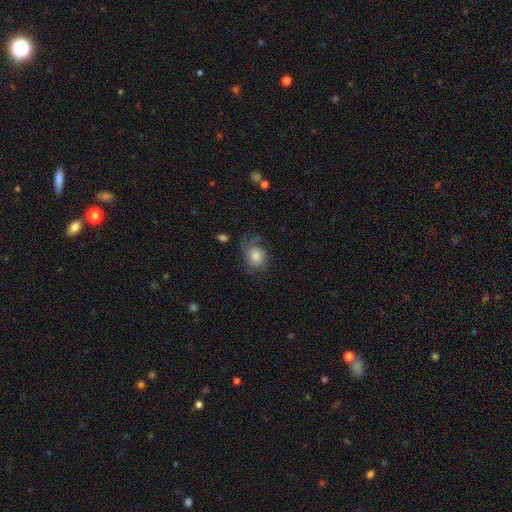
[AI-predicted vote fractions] smooth-or-featured: smooth: 46% | featured or disk: 44% | star or artifact: 11%
  merging: none: 50% | major disturbance: 24% | minor disturbance: 23% | merger: 2%